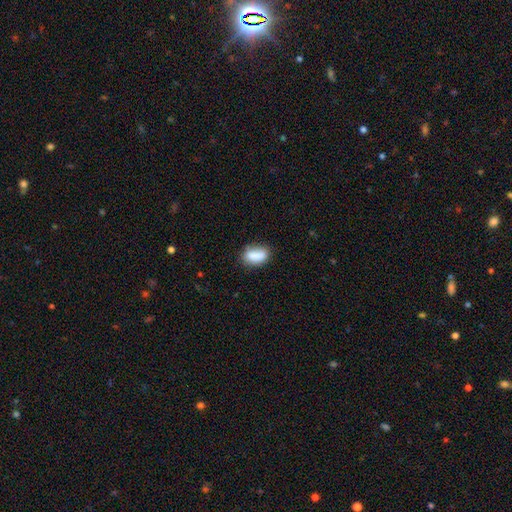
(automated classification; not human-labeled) smooth 86%, star or artifact 8%, featured or disk 7%. Down the decision tree: how rounded — in between (87%); merging — none (74%).